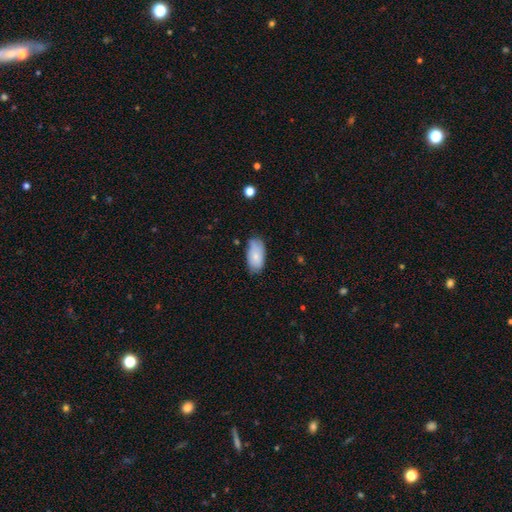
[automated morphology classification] Smooth or featured?
  - smooth: 77% *
  - featured or disk: 16%
  - star or artifact: 7%
How rounded?
  - in between: 94% *
  - round: 3%
  - cigar-shaped: 2%
Merging?
  - none: 67% *
  - minor disturbance: 26%
  - major disturbance: 5%
  - merger: 2%